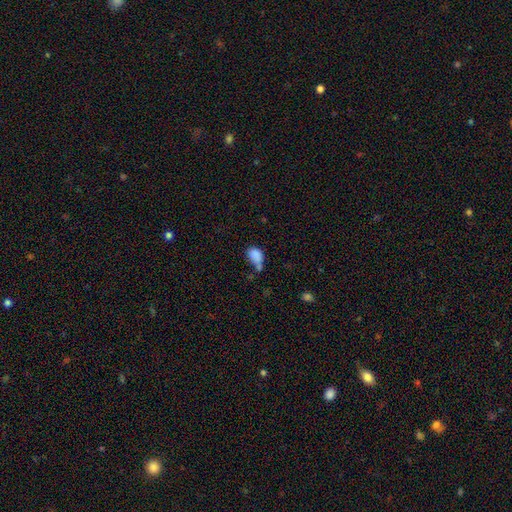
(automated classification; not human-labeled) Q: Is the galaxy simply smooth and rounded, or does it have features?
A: smooth — 83%.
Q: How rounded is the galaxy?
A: in between — 78%.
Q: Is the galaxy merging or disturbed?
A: none — 35%.